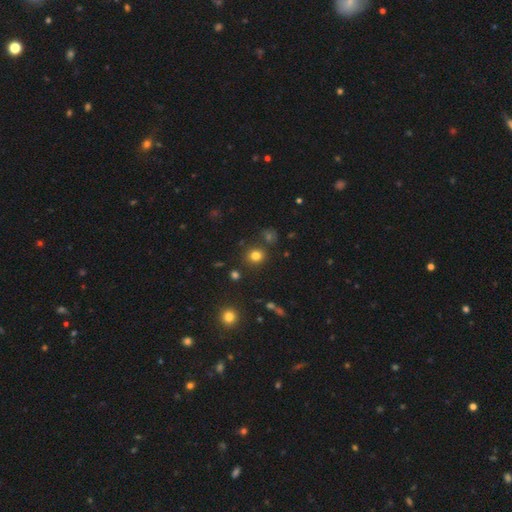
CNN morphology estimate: smooth 79%, star or artifact 15%, featured or disk 6%. Down the decision tree: how rounded — round (82%); merging — none (84%).